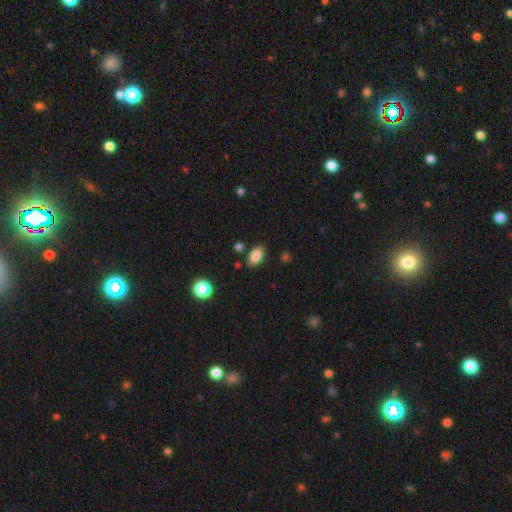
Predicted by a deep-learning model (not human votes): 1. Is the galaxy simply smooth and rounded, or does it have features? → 85% smooth, 9% star or artifact, 6% featured or disk.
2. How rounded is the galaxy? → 89% in between, 8% round, 2% cigar-shaped.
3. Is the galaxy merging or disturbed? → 83% none, 11% minor disturbance, 3% merger, 3% major disturbance.